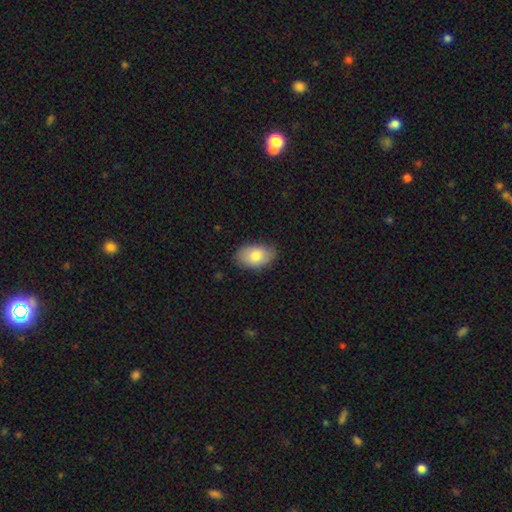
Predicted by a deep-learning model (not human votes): The model was most divided on "smooth or featured": smooth: 78%, featured or disk: 15%, star or artifact: 6%. More confident: how rounded — in between (91%); merging — none (82%).